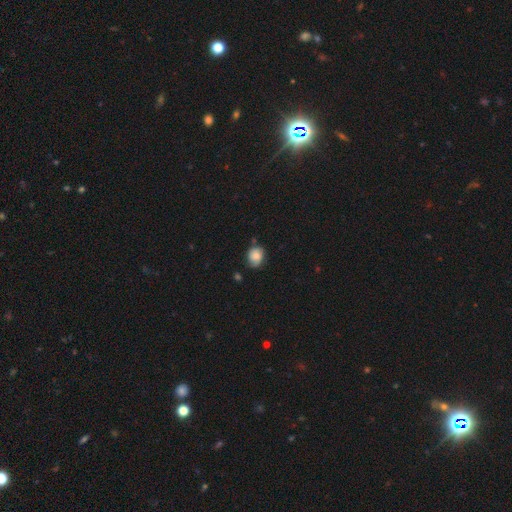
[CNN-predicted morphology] A smooth galaxy with no disk features (68%) that is round (59%). Merging: none (64%).